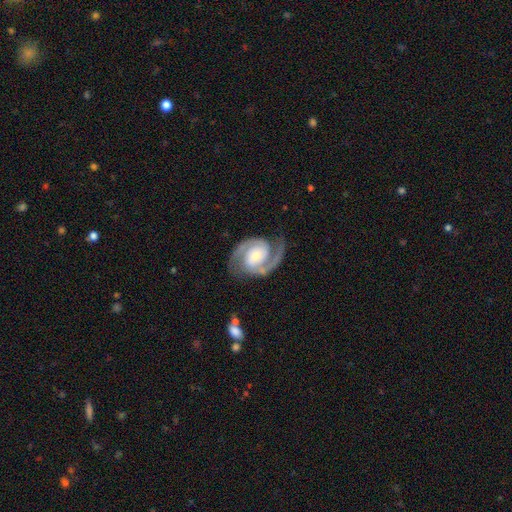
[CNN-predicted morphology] smooth_or_featured: featured or disk (p=0.92) [alt: star or artifact p=0.04]
disk_edge_on: no (p=0.98) [alt: yes p=0.02]
bar: no (p=0.52) [alt: weak p=0.32]
has_spiral_arms: yes (p=0.98) [alt: no p=0.02]
spiral_winding: medium (p=0.53) [alt: tight p=0.38]
spiral_arm_count: 2 (p=0.93) [alt: 3 p=0.02]
bulge_size: small (p=0.46) [alt: moderate p=0.44]
merging: none (p=0.80) [alt: minor disturbance p=0.13]